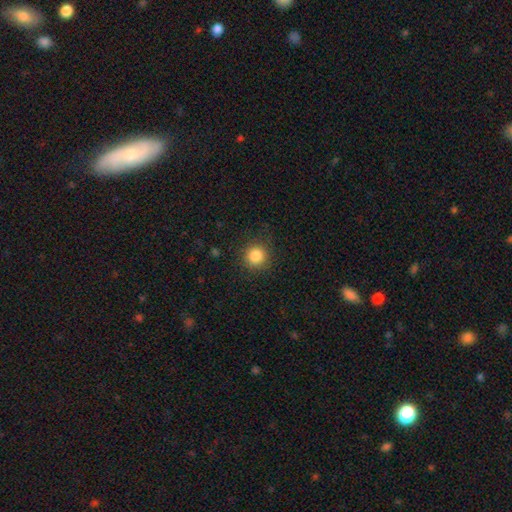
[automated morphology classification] smooth_or_featured: smooth (p=0.85) [alt: star or artifact p=0.11]
how_rounded: round (p=0.93) [alt: in between p=0.06]
merging: none (p=0.88) [alt: minor disturbance p=0.08]